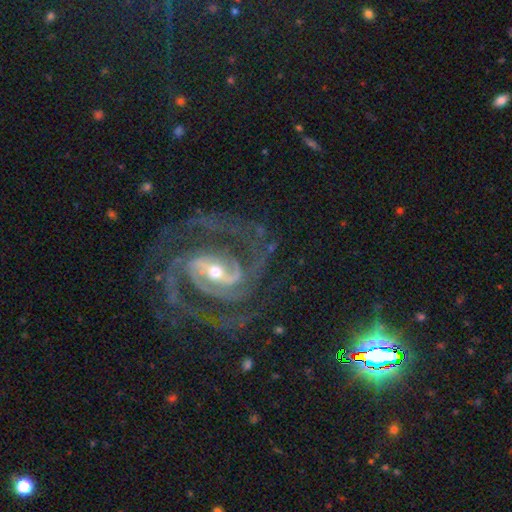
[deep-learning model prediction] smooth-or-featured: featured or disk: 89% | star or artifact: 8% | smooth: 3%
  disk-edge-on: no: 97% | yes: 3%
    bar: strong: 52% | weak: 33% | no: 15%
    has-spiral-arms: yes: 98% | no: 2%
      spiral-winding: medium: 51% | tight: 42% | loose: 8%
      spiral-arm-count: 2: 79% | 3: 8% | can't tell: 4% | 4: 3% | 1: 3% | more than 4: 3%
    bulge-size: small: 55% | moderate: 40% | large: 3% | none: 1% | dominant: 1%
  merging: none: 75% | minor disturbance: 13% | major disturbance: 10% | merger: 2%